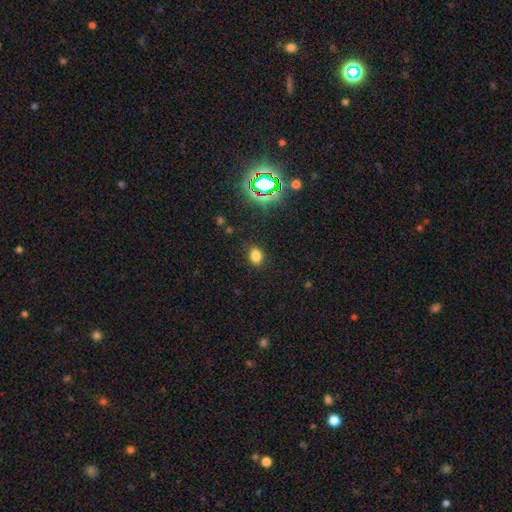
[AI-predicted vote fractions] Smooth or featured: smooth — 78% (star or artifact — 16%)
How rounded: in between — 65% (round — 34%)
Merging: none — 85% (minor disturbance — 10%)